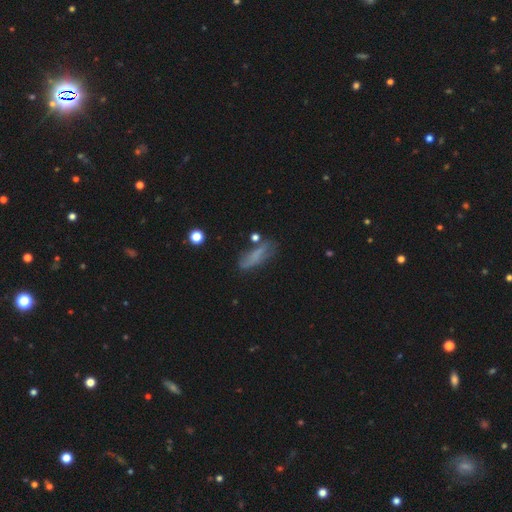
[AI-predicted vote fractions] A smooth galaxy with no disk features (59%) that is cigar-shaped (48%, tied with in between).

Vote fractions:
- Smooth or featured? smooth: 59% / featured or disk: 29% / star or artifact: 12%
- How rounded? cigar-shaped: 48% (tied) / in between: 48% (tied) / round: 4%
- Merging? none: 57% / minor disturbance: 25% / major disturbance: 12% / merger: 6%